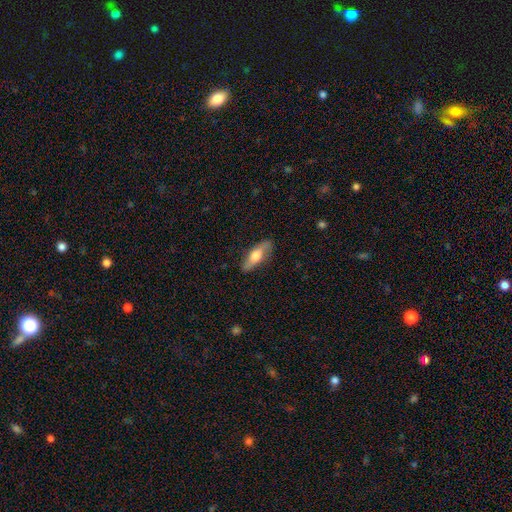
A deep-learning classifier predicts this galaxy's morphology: A smooth galaxy with no disk features (53%) that is in between round and cigar-shaped (52%).

Vote fractions:
- Smooth or featured? smooth: 53% / featured or disk: 41% / star or artifact: 6%
- How rounded? in between: 52% / cigar-shaped: 44% / round: 3%
- Merging? none: 83% / minor disturbance: 13% / major disturbance: 3% / merger: 1%